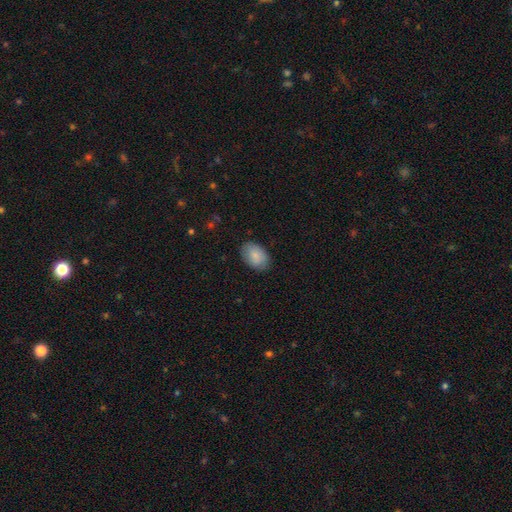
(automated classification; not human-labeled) This appears to be a smooth galaxy with no disk features (85%) that is in between round and cigar-shaped (87%). Merging: none (83%).